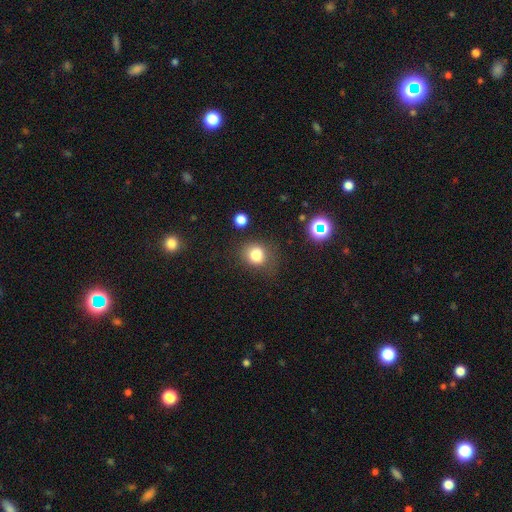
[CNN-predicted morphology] Smooth or featured? Predicted: smooth (p=0.79). How rounded? Predicted: round (p=0.67). Merging? Predicted: none (p=0.65).